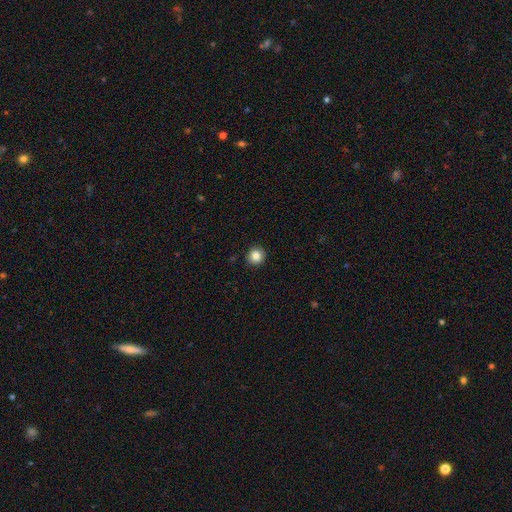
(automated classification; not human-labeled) Smooth or featured?
  - smooth: 85% *
  - star or artifact: 10%
  - featured or disk: 5%
How rounded?
  - round: 92% *
  - in between: 7%
  - cigar-shaped: 1%
Merging?
  - none: 91% *
  - minor disturbance: 6%
  - major disturbance: 2%
  - merger: 1%